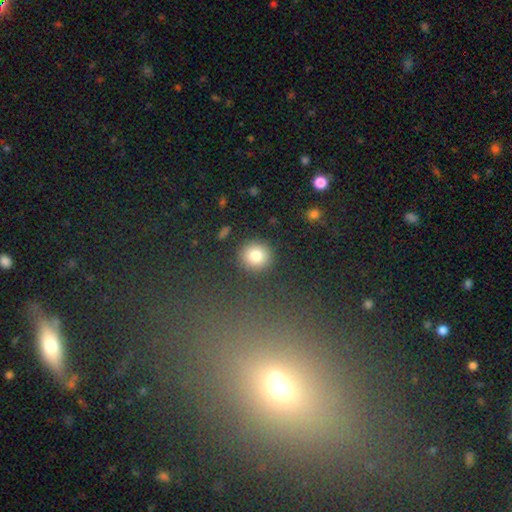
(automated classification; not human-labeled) Smooth or featured?
  - smooth: 82% *
  - star or artifact: 11%
  - featured or disk: 7%
How rounded?
  - round: 87% *
  - in between: 12%
  - cigar-shaped: 1%
Merging?
  - none: 87% *
  - minor disturbance: 8%
  - major disturbance: 3%
  - merger: 3%